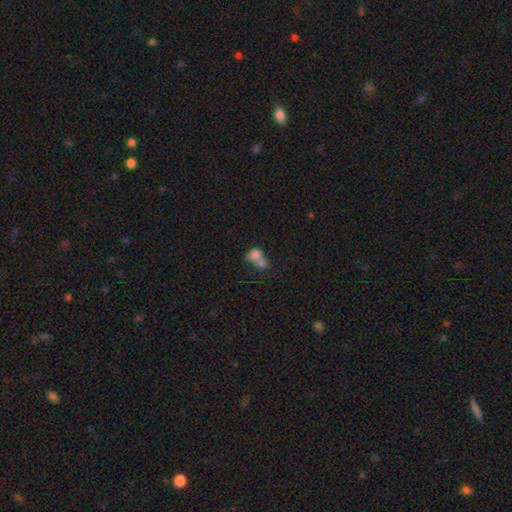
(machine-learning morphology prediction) A smooth galaxy with no disk features (73%) that is round (52%).

Vote fractions:
- Smooth or featured? smooth: 73% / featured or disk: 17% / star or artifact: 10%
- How rounded? round: 52% / in between: 46% / cigar-shaped: 1%
- Merging? merger: 70% / none: 18% / minor disturbance: 6% / major disturbance: 5%